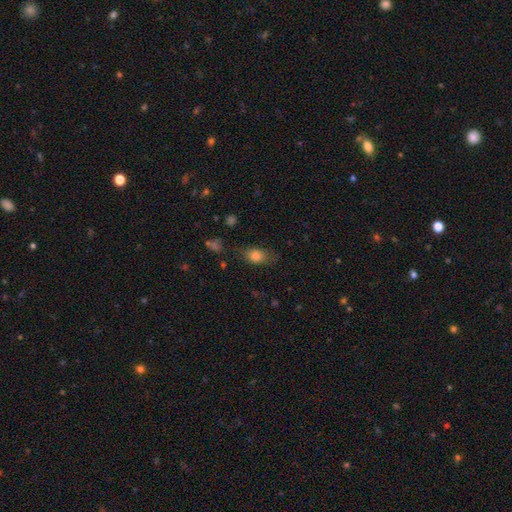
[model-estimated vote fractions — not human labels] Smooth or featured?
  - smooth: 80% *
  - featured or disk: 10%
  - star or artifact: 10%
How rounded?
  - in between: 75% *
  - round: 21%
  - cigar-shaped: 4%
Merging?
  - none: 71% *
  - minor disturbance: 21%
  - major disturbance: 6%
  - merger: 2%